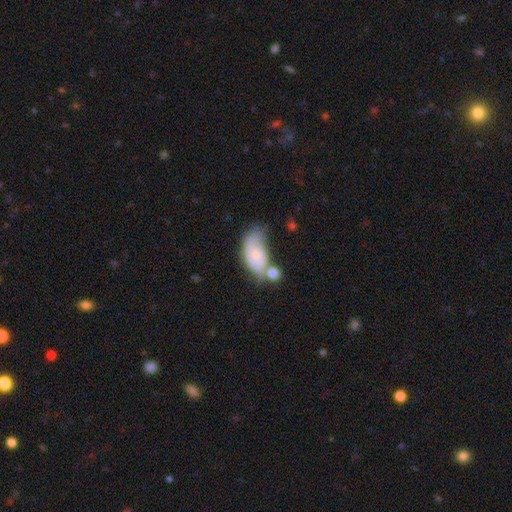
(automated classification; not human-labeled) Smooth or featured?
  - smooth: 57% *
  - featured or disk: 35%
  - star or artifact: 8%
How rounded?
  - in between: 90% *
  - round: 6%
  - cigar-shaped: 4%
Merging?
  - merger: 32% *
  - minor disturbance: 25%
  - none: 24%
  - major disturbance: 19%